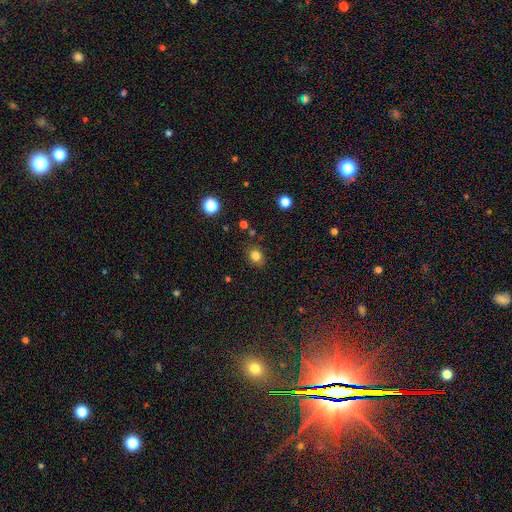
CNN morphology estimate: Smooth or featured? smooth (81%)
How rounded? round (53%)
Merging? none (83%)